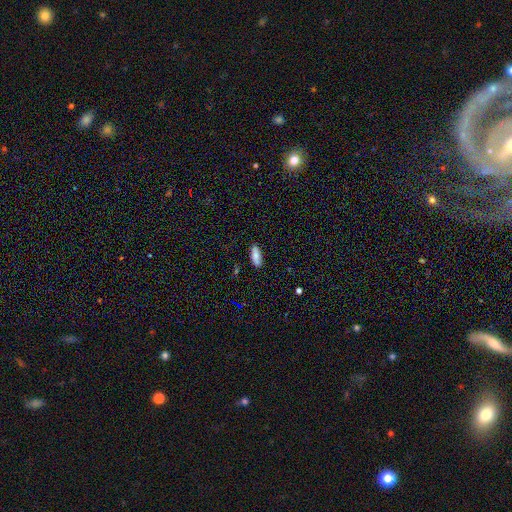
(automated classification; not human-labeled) Smooth or featured? Predicted: smooth (p=0.82). How rounded? Predicted: in between (p=0.76). Merging? Predicted: none (p=0.86).